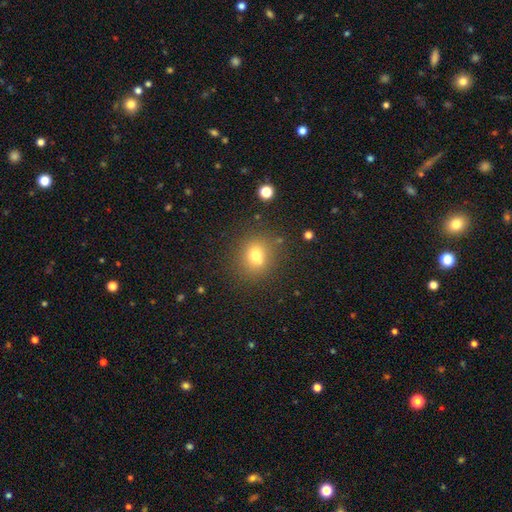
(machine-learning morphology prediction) Smooth or featured? Predicted: smooth (p=0.72). How rounded? Predicted: round (p=0.74). Merging? Predicted: none (p=0.71).